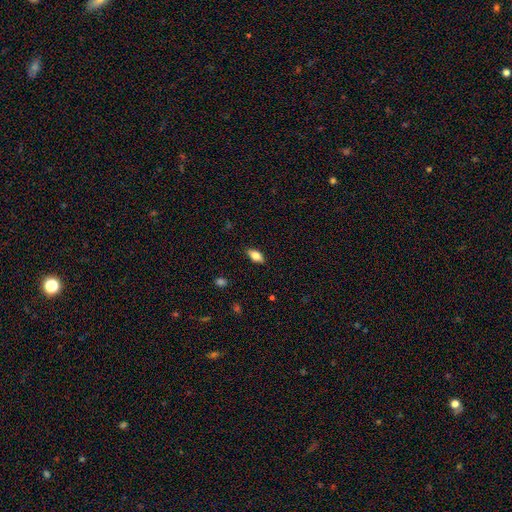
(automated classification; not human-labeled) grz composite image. It shows a smooth galaxy with no disk features (73%) that is in between round and cigar-shaped (86%). Merging: none (86%).